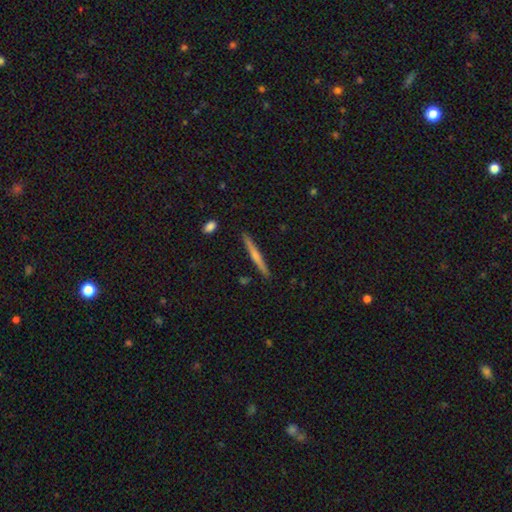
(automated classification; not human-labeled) smooth_or_featured: featured or disk (p=0.48) [alt: smooth p=0.46]
merging: none (p=0.90) [alt: minor disturbance p=0.07]